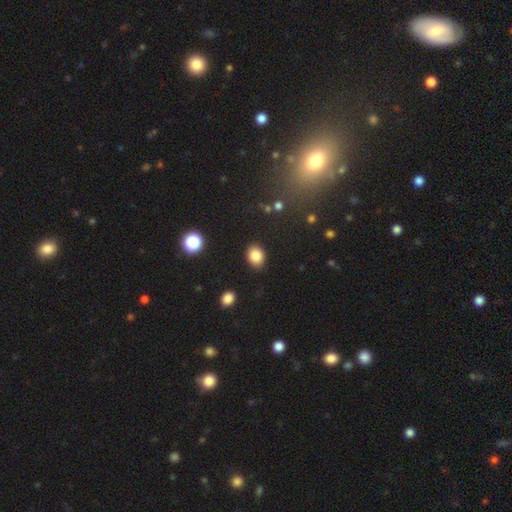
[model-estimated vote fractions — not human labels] A smooth galaxy with no disk features (85%) that is in between round and cigar-shaped (54%).

Vote fractions:
- Smooth or featured? smooth: 85% / star or artifact: 9% / featured or disk: 5%
- How rounded? in between: 54% / round: 45% / cigar-shaped: 1%
- Merging? none: 87% / minor disturbance: 9% / major disturbance: 2% / merger: 2%